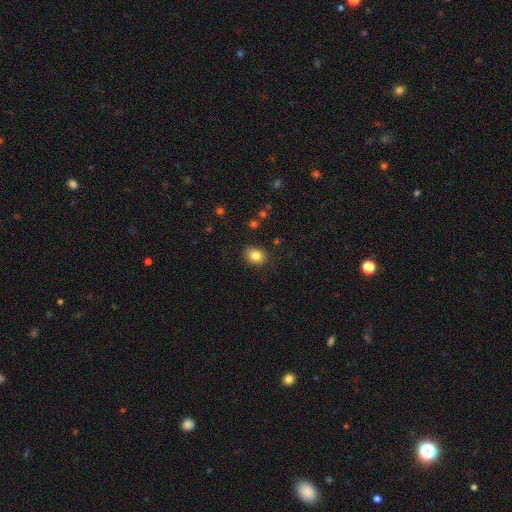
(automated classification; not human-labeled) Q: Smooth or featured?
A: smooth (84%); runner-up: star or artifact (10%)
Q: How rounded?
A: round (54%); runner-up: in between (45%)
Q: Merging?
A: none (86%); runner-up: minor disturbance (10%)